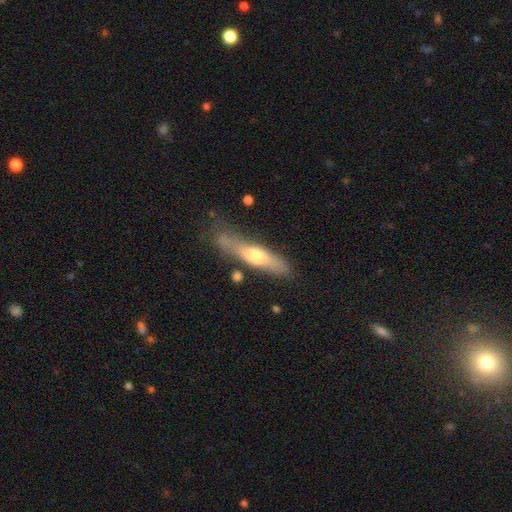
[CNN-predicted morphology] smooth 50%, featured or disk 44%, star or artifact 6%. Down the decision tree: merging — none (67%).